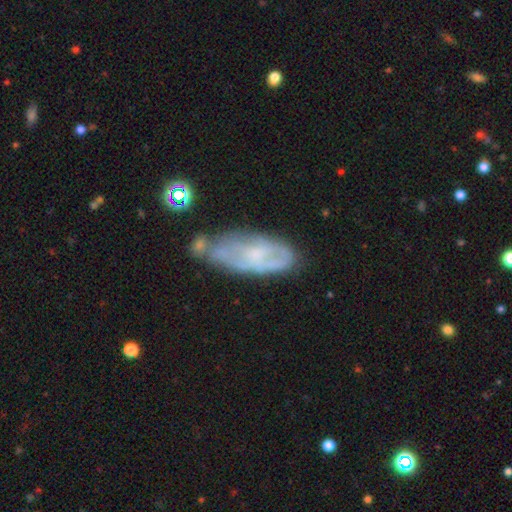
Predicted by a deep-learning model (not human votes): The model was most divided on "merging": none: 40%, minor disturbance: 32%, major disturbance: 15%, merger: 13%. More confident: edge-on disk — no (87%); smooth or featured — featured or disk (57%).